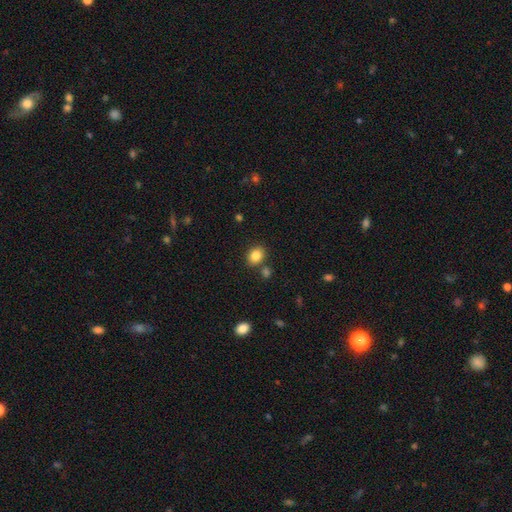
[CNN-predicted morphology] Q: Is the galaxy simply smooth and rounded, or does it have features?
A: smooth — 84%.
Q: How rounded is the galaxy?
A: round — 51%.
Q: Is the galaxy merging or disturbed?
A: none — 77%.